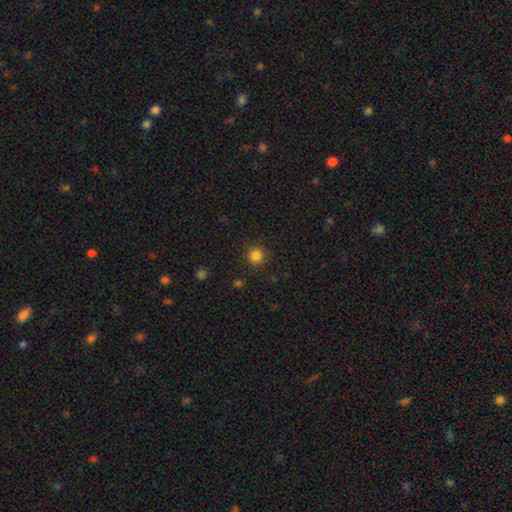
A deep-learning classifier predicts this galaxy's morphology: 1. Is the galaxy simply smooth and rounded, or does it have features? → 84% smooth, 13% star or artifact, 4% featured or disk.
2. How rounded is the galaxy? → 94% round, 5% in between, 1% cigar-shaped.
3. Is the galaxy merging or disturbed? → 90% none, 7% minor disturbance, 2% major disturbance, 1% merger.